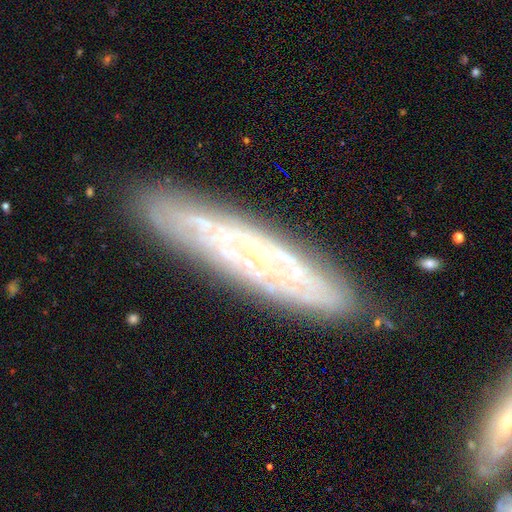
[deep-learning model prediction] Smooth or featured?
  - featured or disk: 77% *
  - smooth: 15%
  - star or artifact: 8%
Edge-on disk?
  - no: 59% *
  - yes: 41%
Merging?
  - none: 80% *
  - minor disturbance: 13%
  - major disturbance: 3%
  - merger: 3%